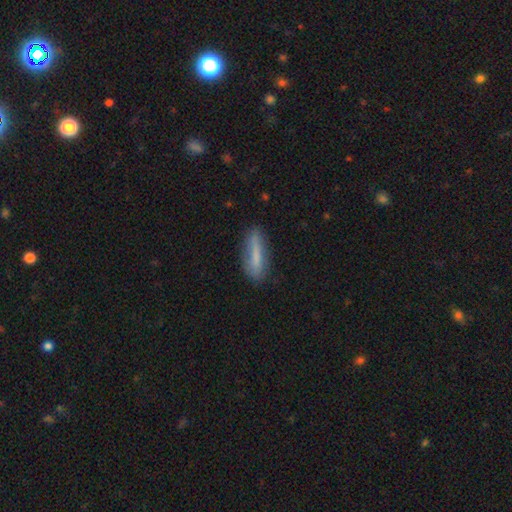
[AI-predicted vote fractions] Smooth or featured? Predicted: smooth (p=0.72). How rounded? Predicted: cigar-shaped (p=0.68). Merging? Predicted: none (p=0.74).